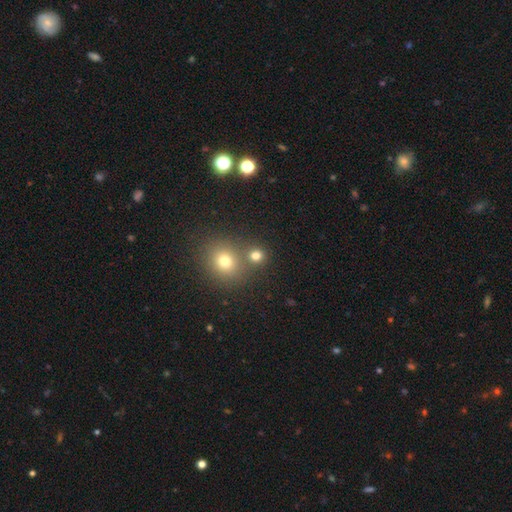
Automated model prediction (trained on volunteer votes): This appears to be a smooth galaxy with no disk features (76%) that is round (85%). Merging: none (66%).